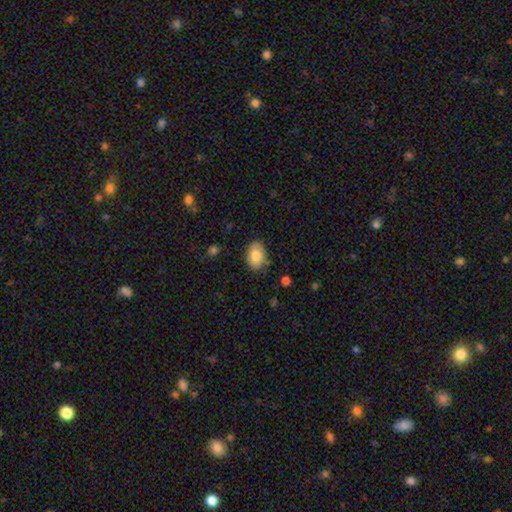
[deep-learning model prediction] Overall: smooth (81%). How rounded: in between (79%). Merging: none (77%).